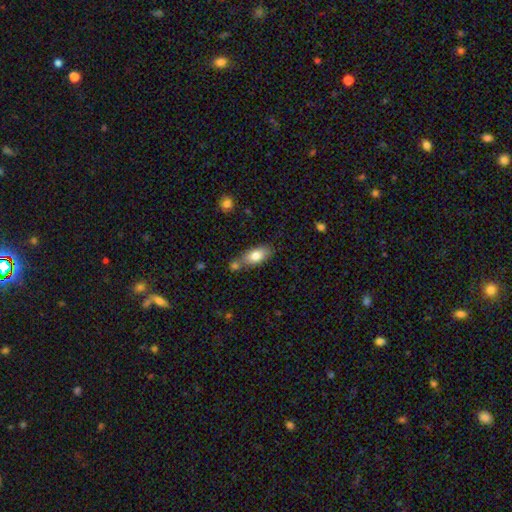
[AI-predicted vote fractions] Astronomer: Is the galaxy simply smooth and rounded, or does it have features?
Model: smooth — 77%.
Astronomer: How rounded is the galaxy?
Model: in between — 85%.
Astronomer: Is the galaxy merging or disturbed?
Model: none — 54%.